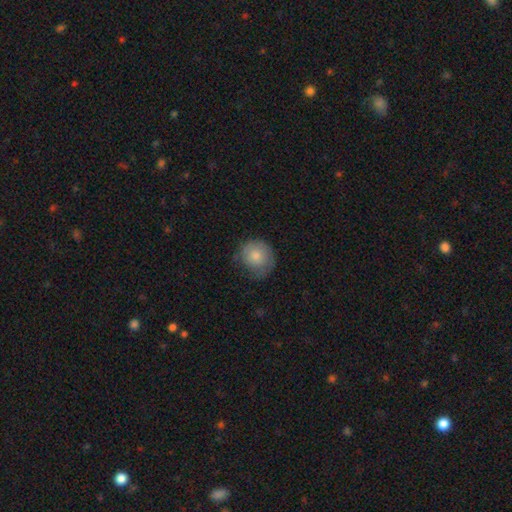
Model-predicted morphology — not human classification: Overall: smooth (79%). How rounded: round (84%). Merging: none (54%; minor disturbance 32%).